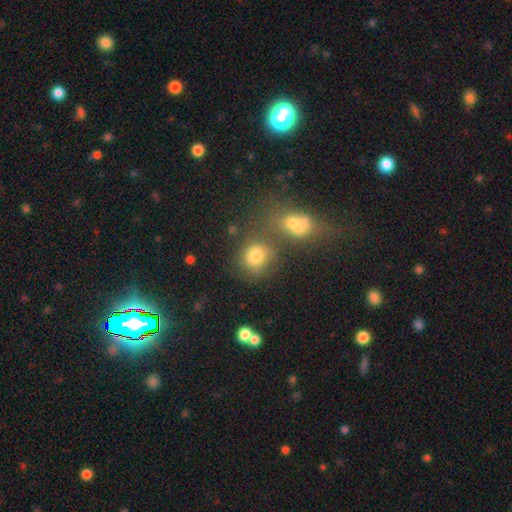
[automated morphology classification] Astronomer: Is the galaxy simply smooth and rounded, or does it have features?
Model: smooth — 76%.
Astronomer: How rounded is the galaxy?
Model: round — 72%.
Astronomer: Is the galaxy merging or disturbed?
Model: none — 53%.